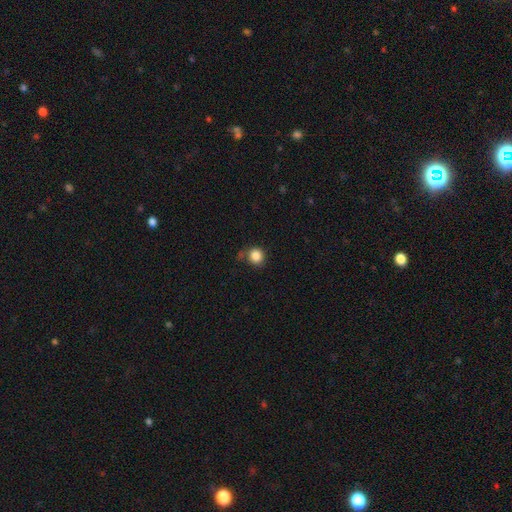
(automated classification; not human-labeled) A smooth galaxy with no disk features (86%) that is round (89%). Merging: none (74%).